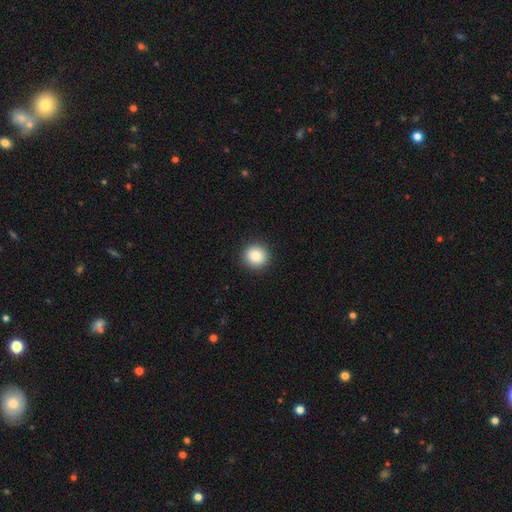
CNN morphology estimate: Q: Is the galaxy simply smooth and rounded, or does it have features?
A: smooth — 86%.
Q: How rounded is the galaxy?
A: round — 94%.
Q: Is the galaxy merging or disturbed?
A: none — 93%.